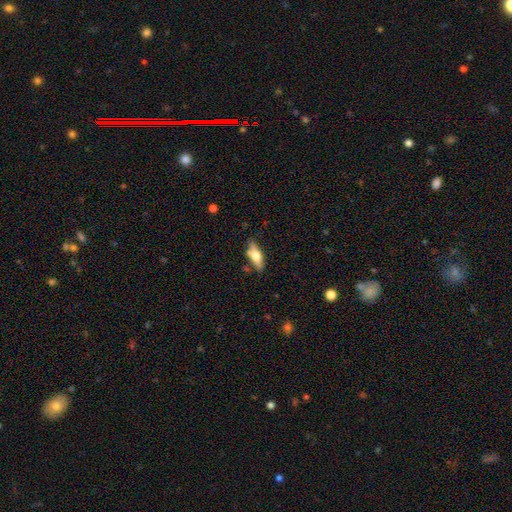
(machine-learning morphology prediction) This is possibly a smooth galaxy (53%). How rounded: possibly in between (56%). Merging: likely none (73%).